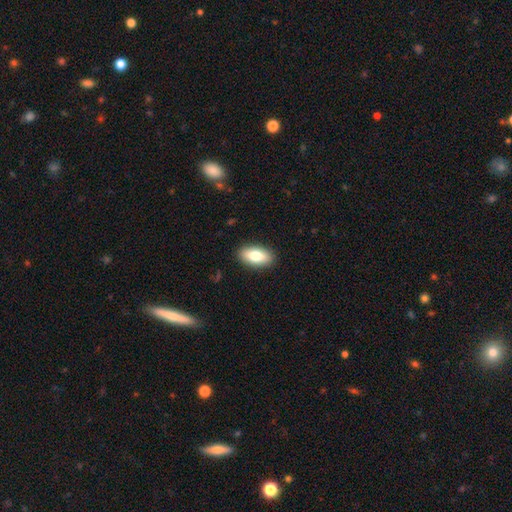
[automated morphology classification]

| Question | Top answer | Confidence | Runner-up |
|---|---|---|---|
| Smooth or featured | smooth | 79% | featured or disk (14%) |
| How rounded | in between | 91% | cigar-shaped (6%) |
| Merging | none | 90% | minor disturbance (8%) |